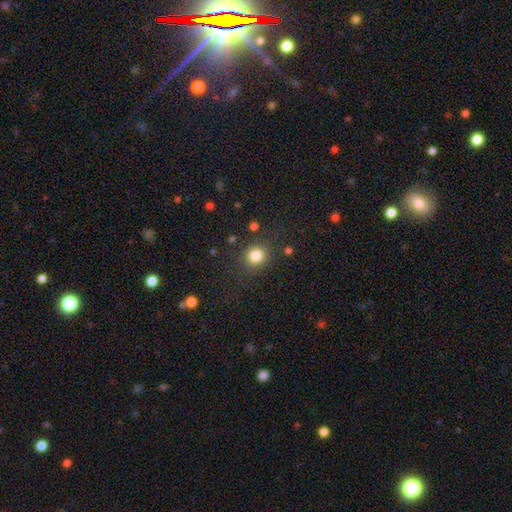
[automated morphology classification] smooth 83%, star or artifact 12%, featured or disk 5%. Down the decision tree: how rounded — round (84%); merging — none (82%).